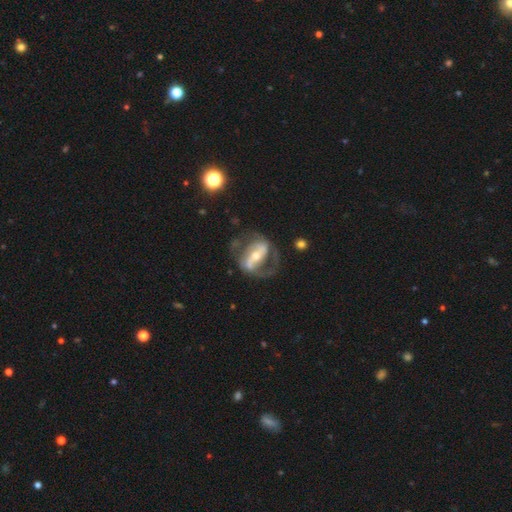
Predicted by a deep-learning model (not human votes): smooth-or-featured: featured or disk: 85% | smooth: 10% | star or artifact: 5%
  disk-edge-on: no: 96% | yes: 4%
    bar: strong: 56% | weak: 27% | no: 17%
    has-spiral-arms: yes: 89% | no: 11%
      spiral-winding: medium: 49% | loose: 32% | tight: 19%
      spiral-arm-count: 2: 86% | can't tell: 6% | 1: 5% | 3: 2% | 4: 1% | more than 4: 1%
    bulge-size: moderate: 54% | small: 40% | large: 4% | none: 1% | dominant: 1%
  merging: none: 60% | major disturbance: 20% | minor disturbance: 18% | merger: 3%